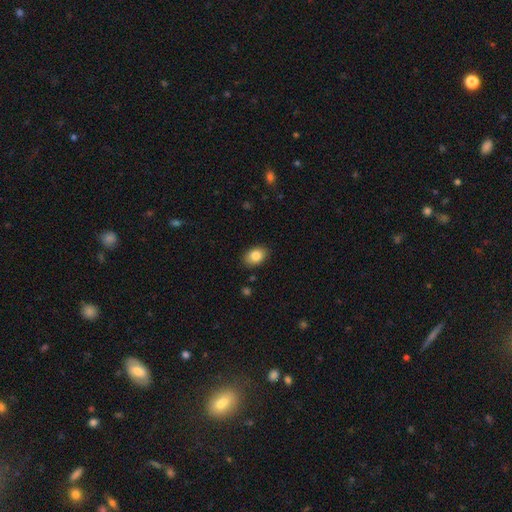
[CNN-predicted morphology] The model was most divided on "how rounded": in between: 81%, round: 18%, cigar-shaped: 1%. More confident: merging — none (87%); smooth or featured — smooth (85%).